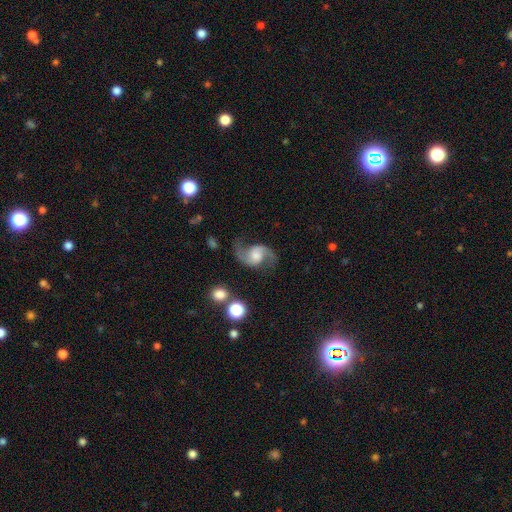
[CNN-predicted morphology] Overall: featured or disk (88%). Edge-on disk: no (98%). Bar: no (56%; weak 36%). Spiral arms: yes (97%). Spiral arm count: 2 (94%). Spiral winding: loose (60%; medium 35%). Bulge size: moderate (47%; small 22%). Merging: none (75%).